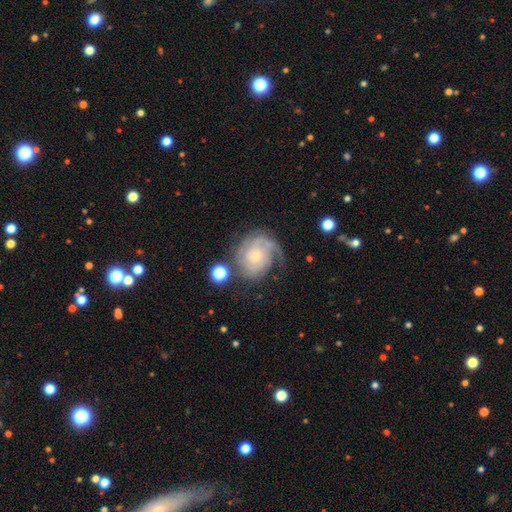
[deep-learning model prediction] A featured or disk galaxy (85%) with no bar (75%), 2 (29%) tight (61%) spiral arms (96%) and a small central bulge (68%).

Vote fractions:
- Smooth or featured? featured or disk: 85% / smooth: 9% / star or artifact: 6%
- Edge-on disk? no: 98% / yes: 2%
- Bar? no: 75% / weak: 21% / strong: 4%
- Spiral arms? yes: 96% / no: 4%
- Spiral winding? tight: 61% / medium: 30% / loose: 9%
- Spiral arm count? 2: 29% / can't tell: 25% / 3: 24% / 1: 9% / 4: 8% / more than 4: 6%
- Bulge size? small: 68% / moderate: 26% / none: 3% / large: 2% / dominant: 1%
- Merging? none: 61% / minor disturbance: 20% / major disturbance: 14% / merger: 5%